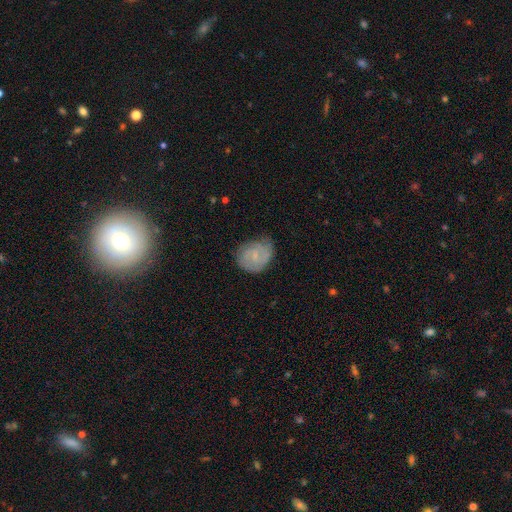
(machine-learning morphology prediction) Smooth or featured?
  - featured or disk: 62% *
  - smooth: 31%
  - star or artifact: 7%
Edge-on disk?
  - no: 98% *
  - yes: 2%
Bar?
  - no: 56% *
  - weak: 39%
  - strong: 5%
Spiral arms?
  - yes: 90% *
  - no: 10%
Spiral winding?
  - tight: 52% *
  - medium: 37%
  - loose: 11%
Spiral arm count?
  - 2: 50% *
  - can't tell: 25%
  - 3: 14%
  - 1: 5%
  - 4: 3%
  - more than 4: 3%
Bulge size?
  - small: 68% *
  - moderate: 15%
  - none: 15%
  - large: 1%
  - dominant: 1%
Merging?
  - none: 66% *
  - minor disturbance: 25%
  - major disturbance: 7%
  - merger: 1%